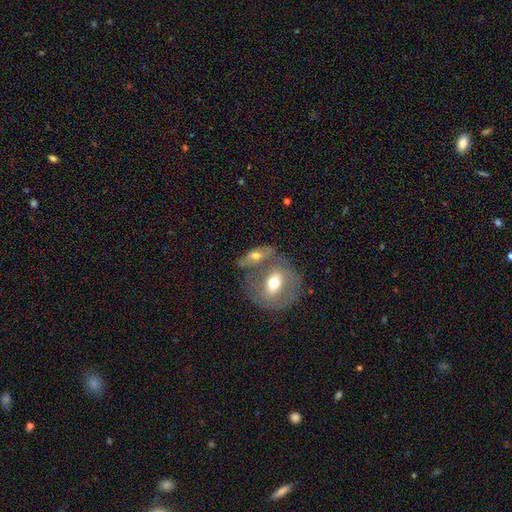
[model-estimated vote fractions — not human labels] Overall: featured or disk (46%; smooth 45%). Merging: none (43%; merger 36%).